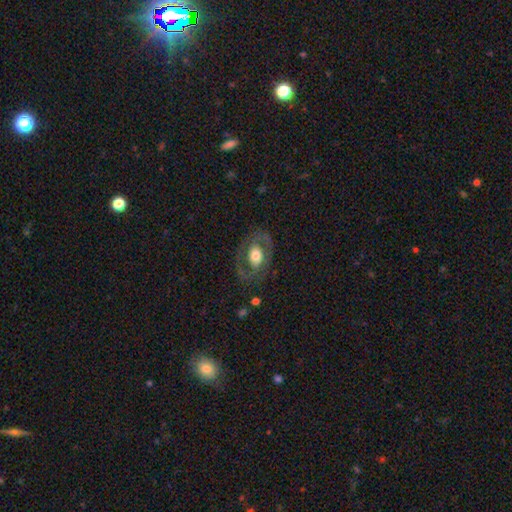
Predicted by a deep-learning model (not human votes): A featured or disk galaxy (56%) with no bar (74%), no spiral arms (62%) and a moderate central bulge (54%). Merging: none (74%).